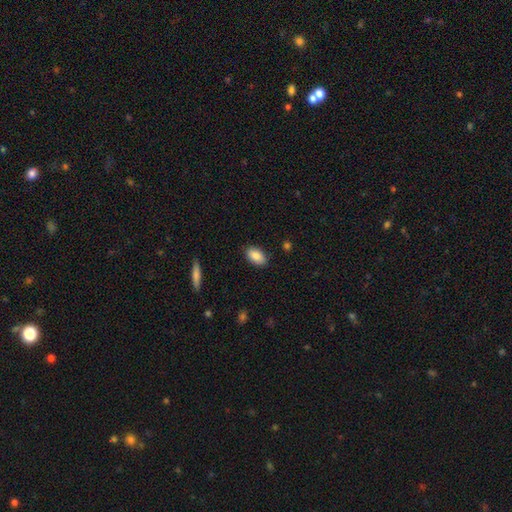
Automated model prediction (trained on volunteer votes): This appears to be a smooth galaxy with no disk features (87%) that is in between round and cigar-shaped (93%). Merging: none (87%).